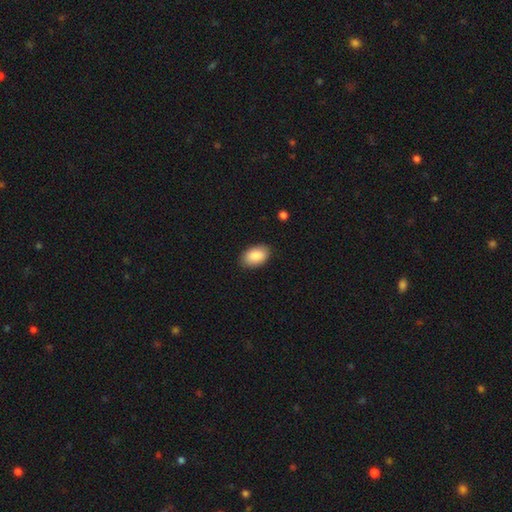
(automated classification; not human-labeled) Smooth or featured? smooth (89%)
How rounded? in between (92%)
Merging? none (87%)